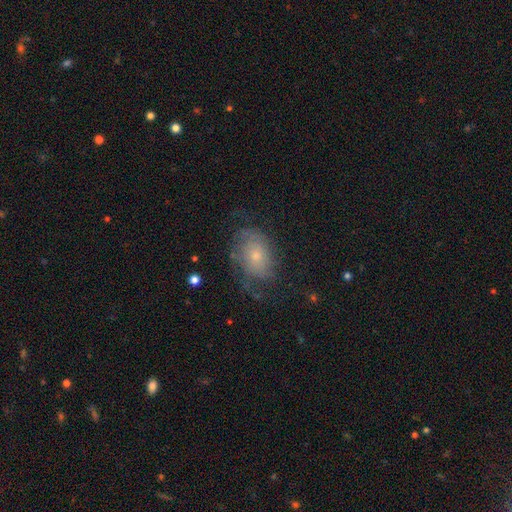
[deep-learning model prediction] A featured or disk galaxy (49%). Merging: none (55%).